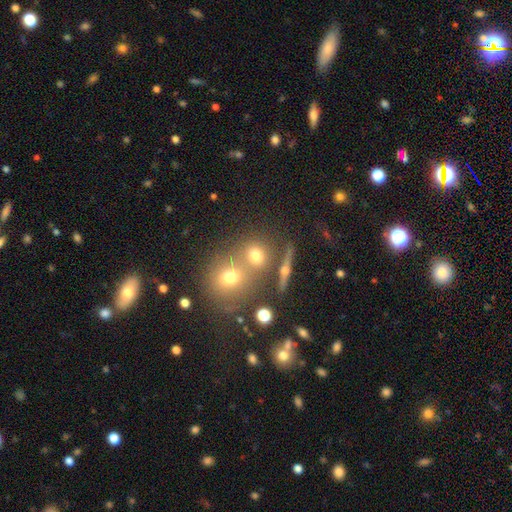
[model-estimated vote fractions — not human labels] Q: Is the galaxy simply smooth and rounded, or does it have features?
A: smooth — 66%.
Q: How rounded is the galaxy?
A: round — 79%.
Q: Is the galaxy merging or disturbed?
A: none — 52%.